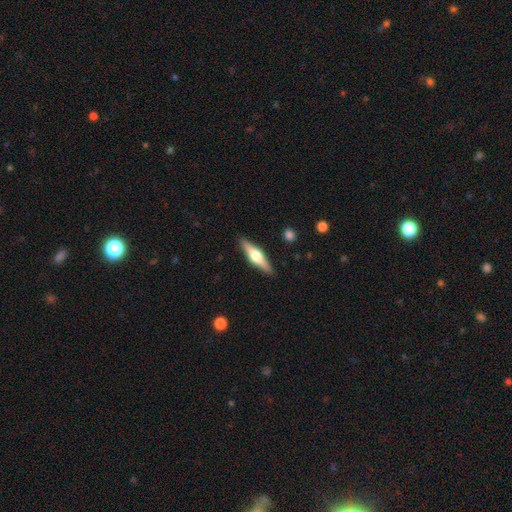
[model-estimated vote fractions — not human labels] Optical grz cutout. It shows a featured or disk galaxy (63%) viewed edge-on (96%) with a rounded central bulge (94%). Merging: none (90%).